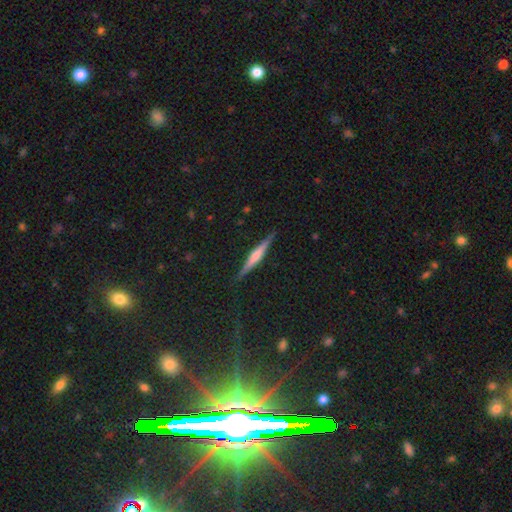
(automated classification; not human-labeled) Smooth or featured? Predicted: featured or disk (p=0.61). Edge-on disk? Predicted: yes (p=0.97). Edge-on bulge? Predicted: rounded (p=0.54). Merging? Predicted: none (p=0.89).